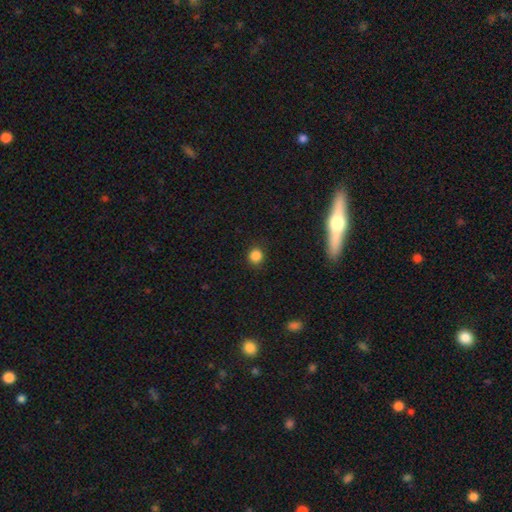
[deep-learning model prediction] smooth 84%, star or artifact 12%, featured or disk 3%. Down the decision tree: how rounded — round (89%); merging — none (89%).